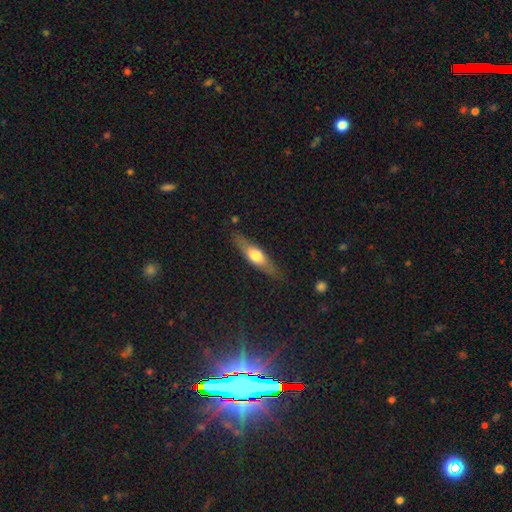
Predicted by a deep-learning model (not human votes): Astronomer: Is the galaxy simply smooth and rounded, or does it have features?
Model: smooth — 48% (runner-up: featured or disk, 46%).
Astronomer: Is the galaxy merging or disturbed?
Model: none — 82%.